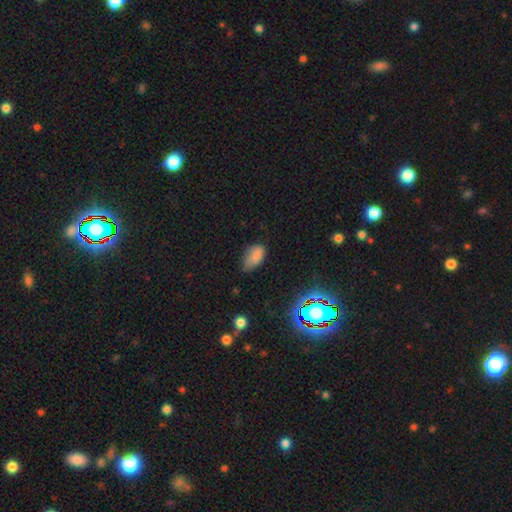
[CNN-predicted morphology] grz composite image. It shows a smooth galaxy with no disk features (75%) that is in between round and cigar-shaped (92%). Merging: none (43%).